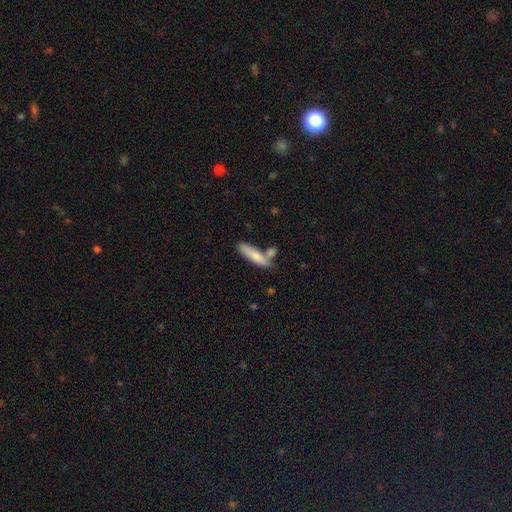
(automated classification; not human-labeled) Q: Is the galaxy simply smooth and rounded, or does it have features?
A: smooth — 78%.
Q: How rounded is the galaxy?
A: cigar-shaped — 65%.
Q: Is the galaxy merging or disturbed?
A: none — 57%.